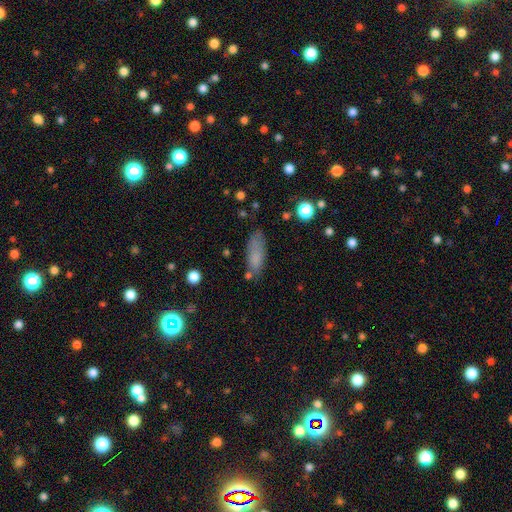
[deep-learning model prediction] This appears to be a smooth galaxy with no disk features (80%) that is in between round and cigar-shaped (65%). Merging: none (68%).